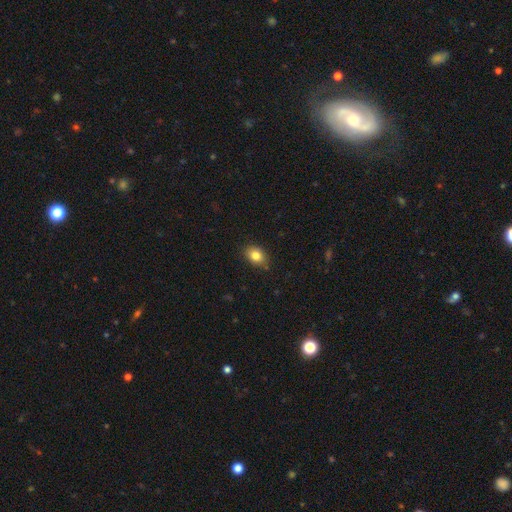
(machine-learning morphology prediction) smooth 83%, star or artifact 9%, featured or disk 7%. Down the decision tree: how rounded — in between (69%); merging — none (83%).